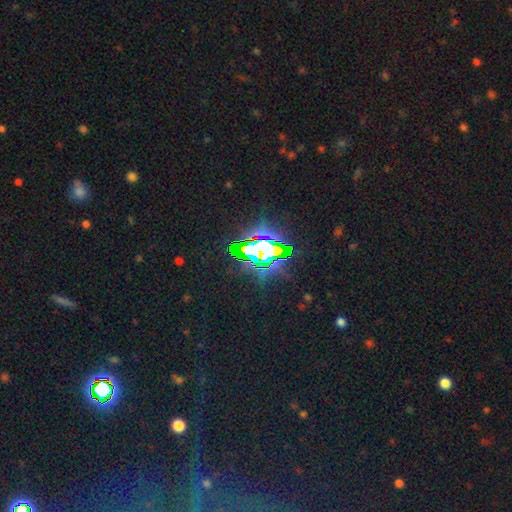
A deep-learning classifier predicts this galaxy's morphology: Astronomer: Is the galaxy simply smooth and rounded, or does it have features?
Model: star or artifact — 76%.